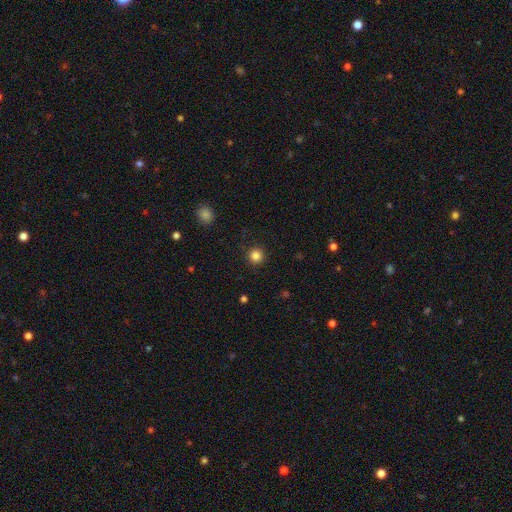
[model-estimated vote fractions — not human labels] smooth_or_featured: smooth (p=0.84) [alt: star or artifact p=0.12]
how_rounded: round (p=0.96) [alt: in between p=0.04]
merging: none (p=0.91) [alt: minor disturbance p=0.06]